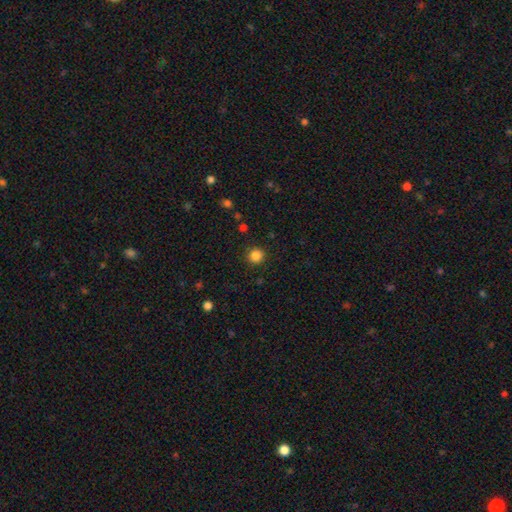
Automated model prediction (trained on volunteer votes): A smooth galaxy with no disk features (85%) that is round (93%). Merging: none (91%).